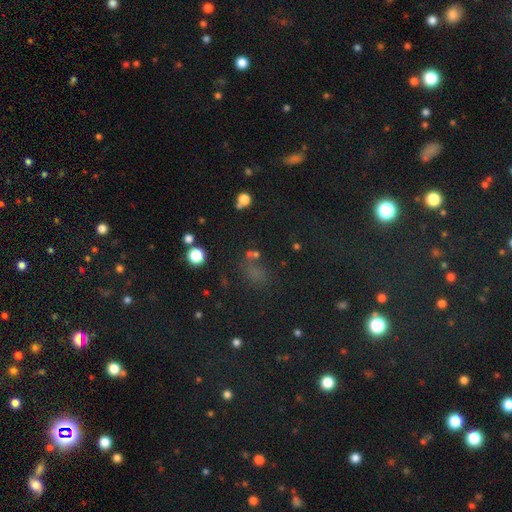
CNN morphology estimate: type=smooth (47%); merging=none (59%).